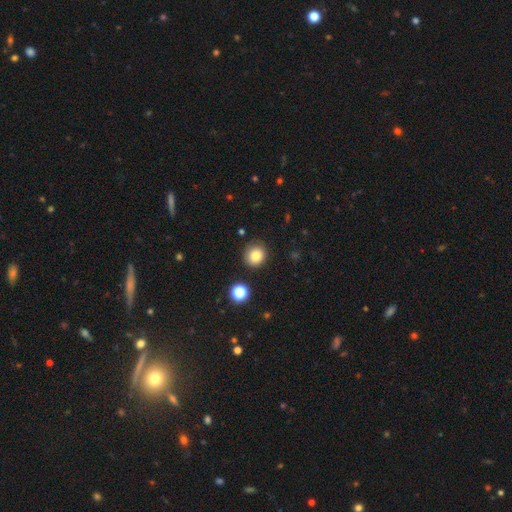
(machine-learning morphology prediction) A smooth galaxy with no disk features (82%) that is round (87%). Merging: none (85%).